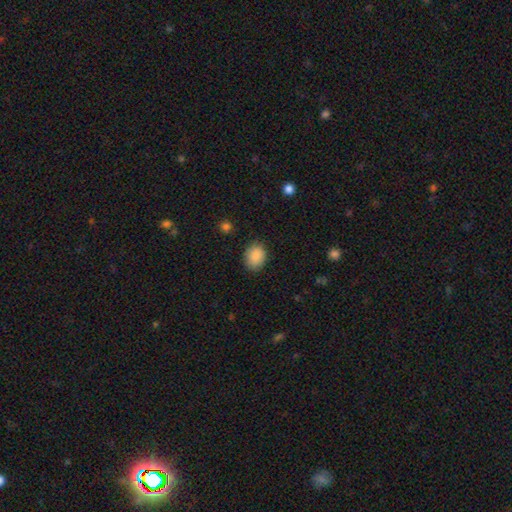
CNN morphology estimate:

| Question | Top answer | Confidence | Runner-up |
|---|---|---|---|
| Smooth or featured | smooth | 89% | star or artifact (8%) |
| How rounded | in between | 57% | round (42%) |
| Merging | none | 83% | minor disturbance (13%) |